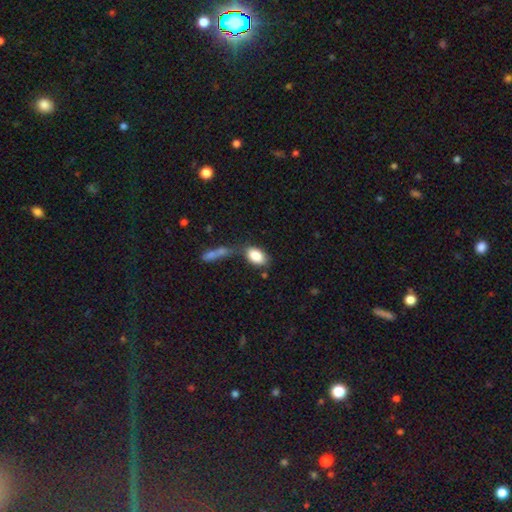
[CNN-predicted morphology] Overall: smooth (85%). How rounded: in between (90%). Merging: none (62%).